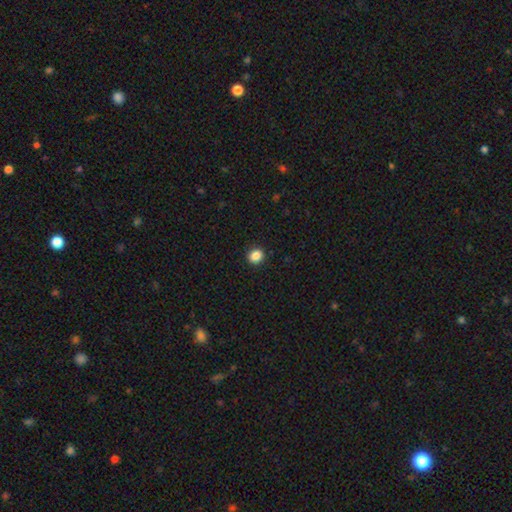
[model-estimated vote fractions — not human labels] smooth 87%, star or artifact 10%, featured or disk 3%. Down the decision tree: how rounded — round (78%); merging — none (92%).